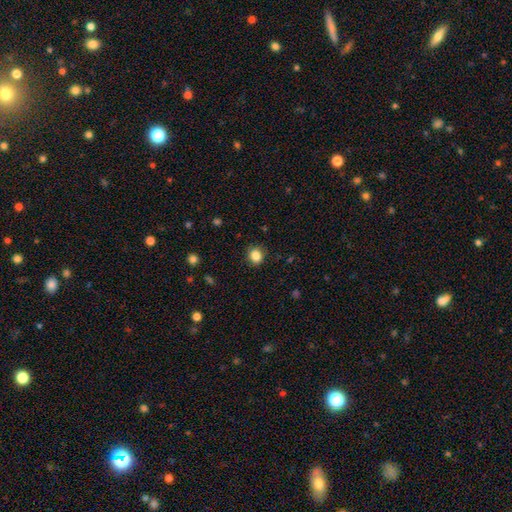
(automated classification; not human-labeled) smooth 86%, star or artifact 10%, featured or disk 4%. Down the decision tree: how rounded — round (75%); merging — none (85%).